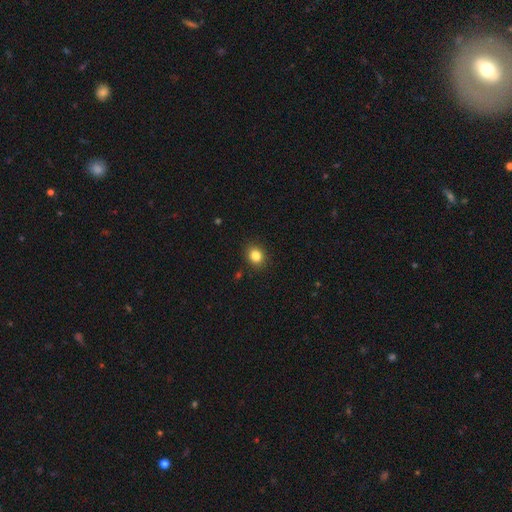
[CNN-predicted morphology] smooth 84%, star or artifact 11%, featured or disk 5%. Down the decision tree: how rounded — round (66%); merging — none (89%).